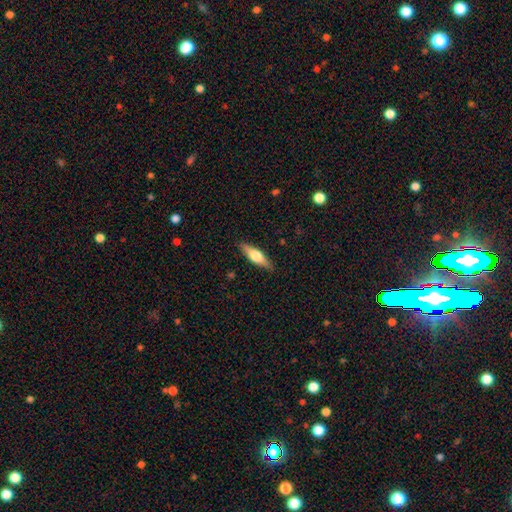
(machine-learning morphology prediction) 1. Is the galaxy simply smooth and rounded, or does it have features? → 51% smooth, 44% featured or disk, 5% star or artifact.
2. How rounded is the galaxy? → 57% cigar-shaped, 40% in between, 2% round.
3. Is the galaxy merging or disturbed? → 89% none, 9% minor disturbance, 2% major disturbance, 1% merger.